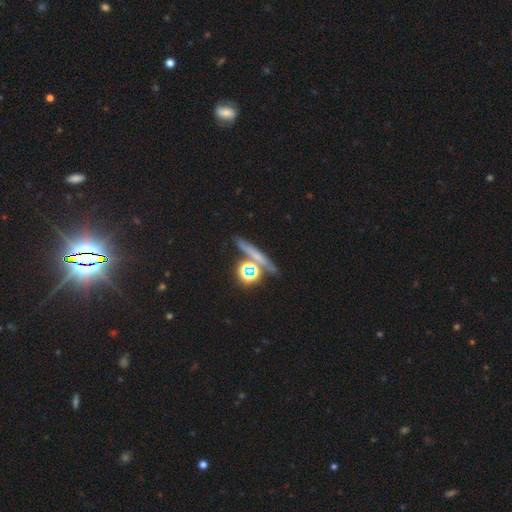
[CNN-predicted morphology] This appears to be a smooth galaxy with no disk features (44%). Merging: none (71%).